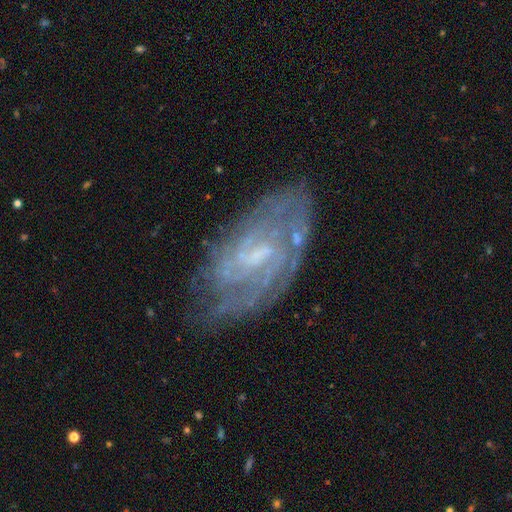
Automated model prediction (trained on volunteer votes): The model was most divided on "spiral arm count": can't tell: 45%, 2: 27%, 3: 13%, 4: 6%, 1: 5%, more than 4: 4%. Remaining: edge-on disk — no (94%); spiral arms — yes (89%); smooth or featured — featured or disk (82%); merging — none (66%); spiral winding — tight (57%); bar — weak (55%); bulge size — small (48%).